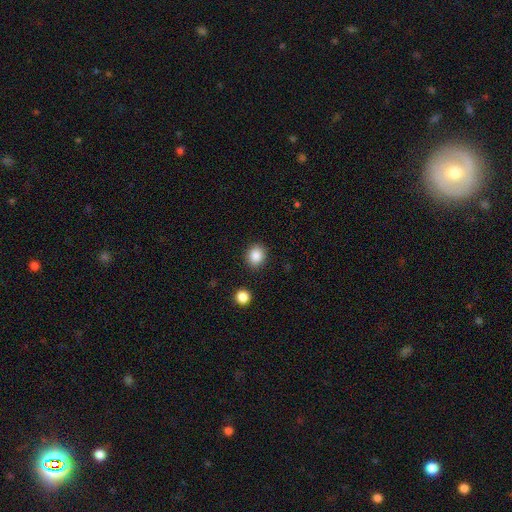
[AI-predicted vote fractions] Smooth or featured? smooth (87%)
How rounded? round (68%)
Merging? none (88%)